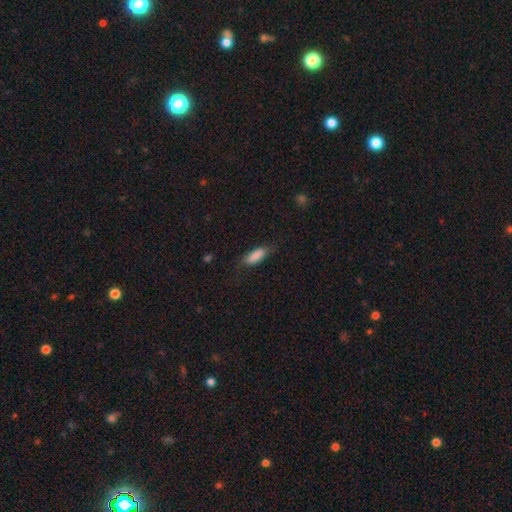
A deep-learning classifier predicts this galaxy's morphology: The model was most divided on "how rounded": in between: 69%, cigar-shaped: 29%, round: 2%. More confident: smooth or featured — smooth (86%); merging — none (77%).